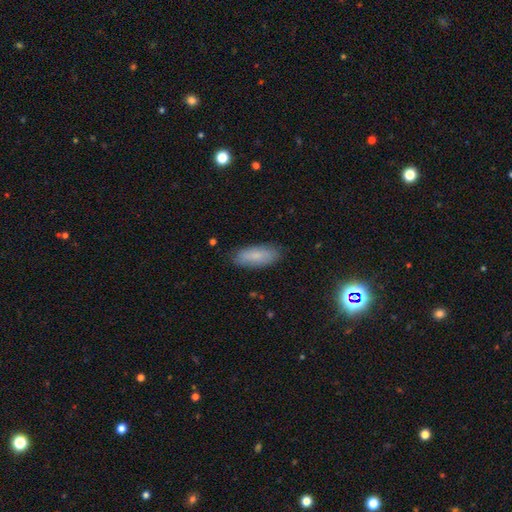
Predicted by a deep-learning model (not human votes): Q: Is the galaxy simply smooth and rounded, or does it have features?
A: smooth — 77%.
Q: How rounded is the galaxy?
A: in between — 75%.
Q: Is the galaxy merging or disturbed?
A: none — 85%.